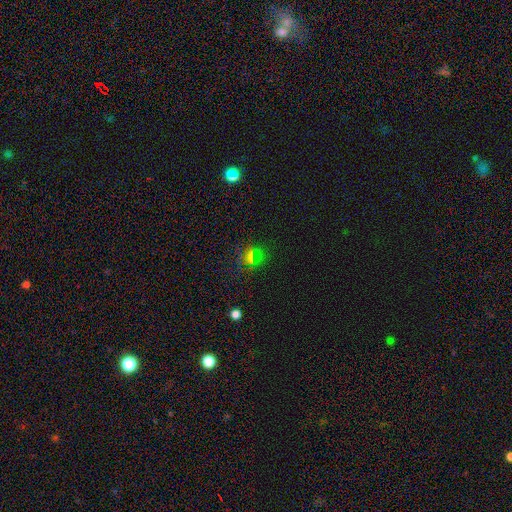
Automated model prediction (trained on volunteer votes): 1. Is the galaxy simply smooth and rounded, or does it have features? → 47% smooth, 45% star or artifact, 9% featured or disk.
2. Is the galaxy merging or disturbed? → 82% none, 10% minor disturbance, 5% major disturbance, 2% merger.